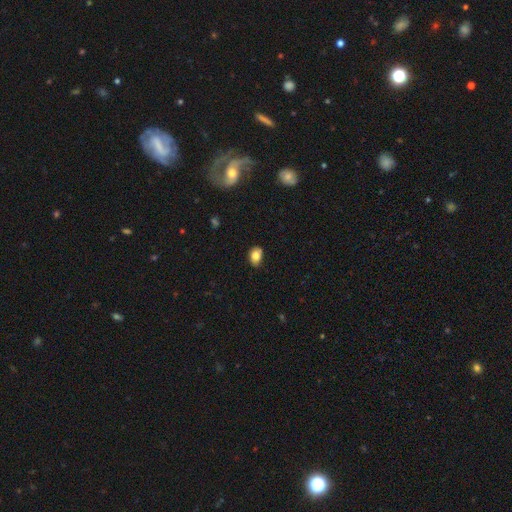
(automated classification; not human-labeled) A smooth galaxy with no disk features (82%) that is in between round and cigar-shaped (76%).

Vote fractions:
- Smooth or featured? smooth: 82% / star or artifact: 9% / featured or disk: 8%
- How rounded? in between: 76% / round: 22% / cigar-shaped: 1%
- Merging? none: 76% / minor disturbance: 19% / major disturbance: 3% / merger: 2%